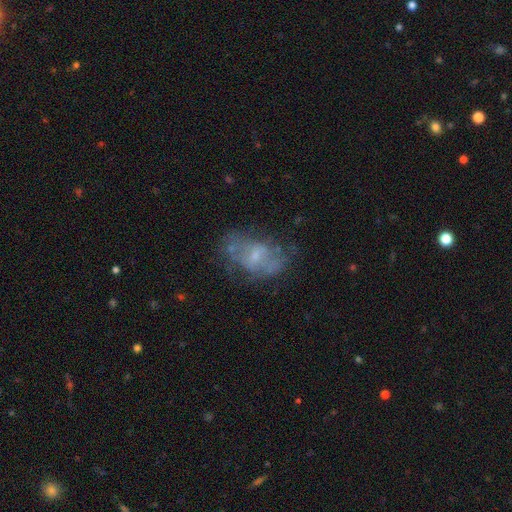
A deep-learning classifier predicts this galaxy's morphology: smooth-or-featured: featured or disk: 56% | smooth: 32% | star or artifact: 12%
  disk-edge-on: no: 95% | yes: 5%
    bar: no: 57% | weak: 35% | strong: 8%
    has-spiral-arms: no: 64% | yes: 36%
    bulge-size: small: 60% | moderate: 23% | none: 14% | large: 2% | dominant: 1%
  merging: none: 51% | minor disturbance: 23% | major disturbance: 21% | merger: 5%